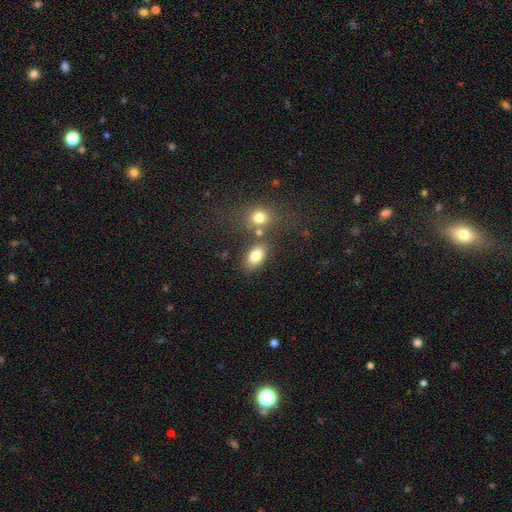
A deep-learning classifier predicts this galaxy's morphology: The model was most divided on "merging": none: 68%, merger: 16%, minor disturbance: 12%, major disturbance: 5%. More confident: how rounded — in between (86%); smooth or featured — smooth (81%).